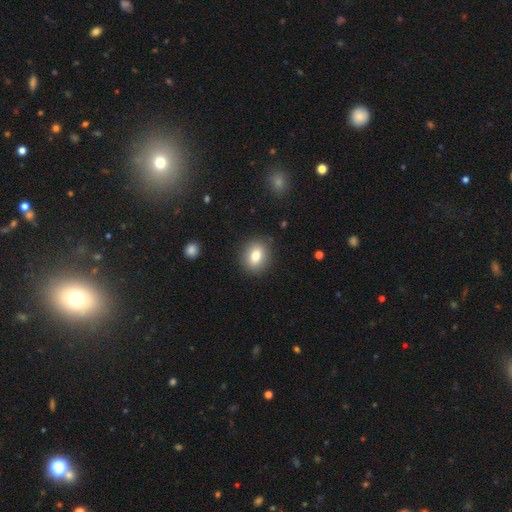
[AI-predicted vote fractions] Smooth or featured? smooth (80%)
How rounded? round (55%)
Merging? none (88%)